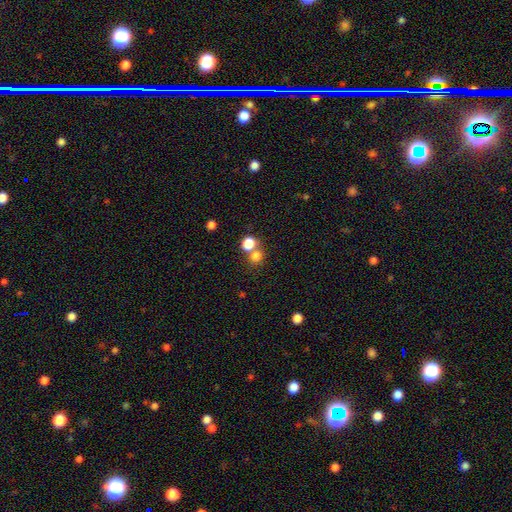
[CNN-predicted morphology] Smooth or featured? Predicted: smooth (p=0.78). How rounded? Predicted: round (p=0.83). Merging? Predicted: none (p=0.54).